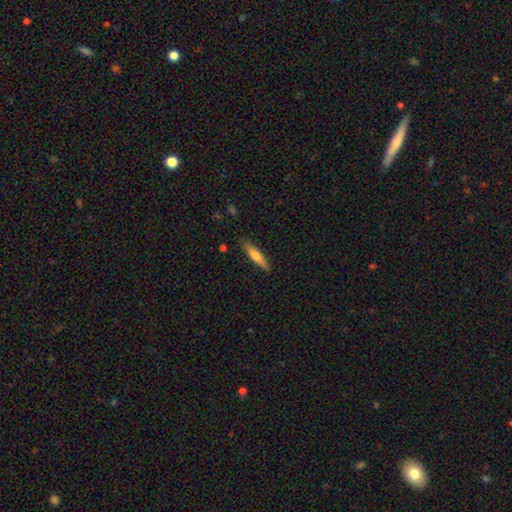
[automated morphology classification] smooth-or-featured: smooth: 66% | featured or disk: 29% | star or artifact: 6%
  how-rounded: cigar-shaped: 85% | in between: 14% | round: 1%
  merging: none: 87% | minor disturbance: 9% | major disturbance: 2% | merger: 1%